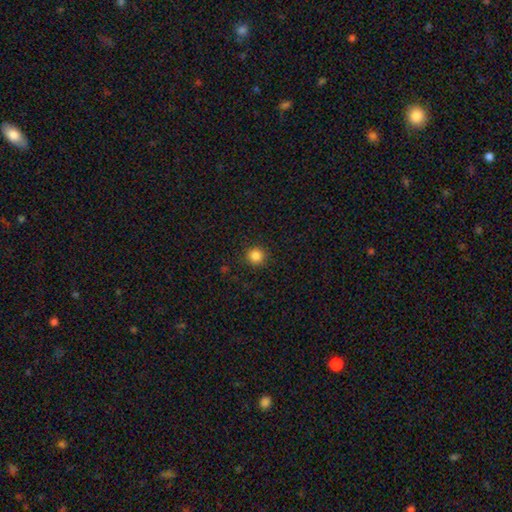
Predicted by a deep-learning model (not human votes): Smooth or featured? smooth (85%)
How rounded? round (94%)
Merging? none (92%)